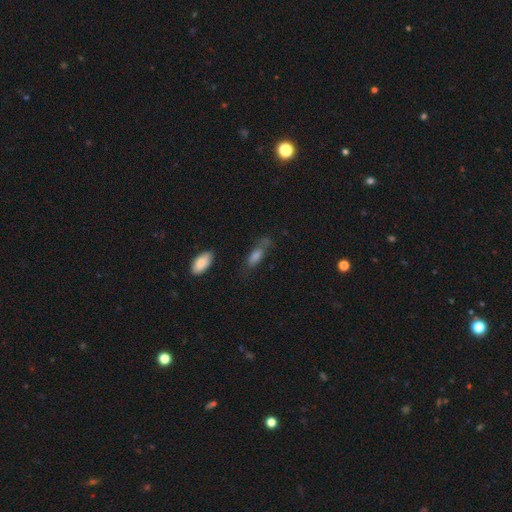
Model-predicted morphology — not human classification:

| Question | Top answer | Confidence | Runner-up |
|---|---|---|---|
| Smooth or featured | smooth | 65% | featured or disk (20%) |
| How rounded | in between | 62% | cigar-shaped (34%) |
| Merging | none | 54% | minor disturbance (25%) |